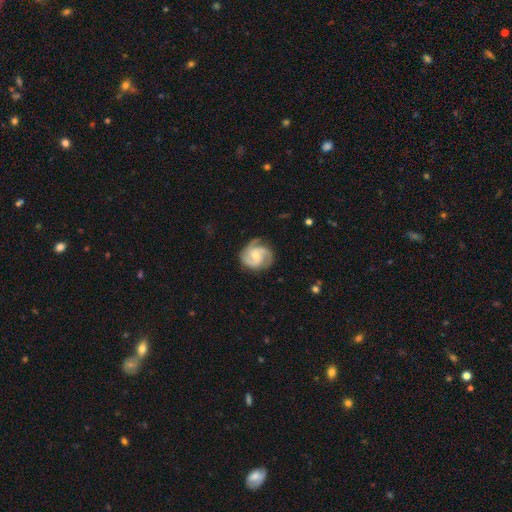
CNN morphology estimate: Smooth or featured?
  - featured or disk: 87% *
  - smooth: 8%
  - star or artifact: 5%
Edge-on disk?
  - no: 98% *
  - yes: 2%
Bar?
  - no: 55% *
  - weak: 37%
  - strong: 8%
Spiral arms?
  - yes: 98% *
  - no: 2%
Spiral winding?
  - medium: 48% *
  - tight: 42%
  - loose: 10%
Spiral arm count?
  - 3: 49% *
  - 2: 35%
  - can't tell: 6%
  - 4: 4%
  - 1: 3%
  - more than 4: 3%
Bulge size?
  - small: 49% *
  - moderate: 46%
  - none: 2%
  - large: 2%
  - dominant: 1%
Merging?
  - none: 76% *
  - minor disturbance: 18%
  - major disturbance: 5%
  - merger: 1%